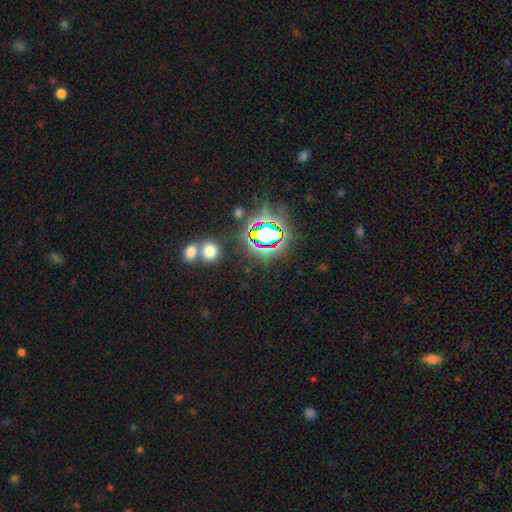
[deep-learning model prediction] star or artifact 74%, smooth 17%, featured or disk 9%.